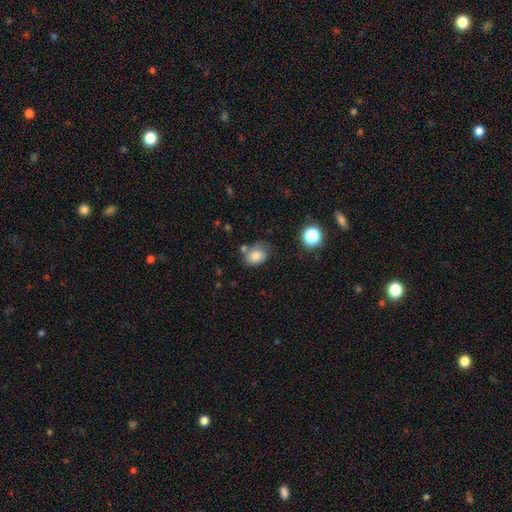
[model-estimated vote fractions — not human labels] This is clearly a smooth galaxy (80%). How rounded: likely in between (61%). Merging: possibly none (58%).